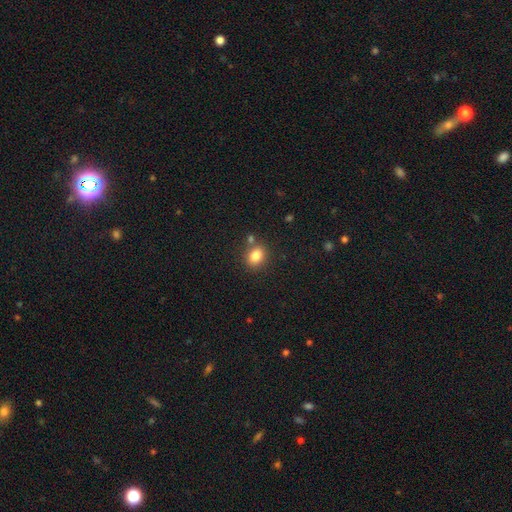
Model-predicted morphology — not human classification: smooth-or-featured: smooth: 84% | star or artifact: 10% | featured or disk: 6%
  how-rounded: in between: 57% | round: 42% | cigar-shaped: 1%
  merging: none: 75% | merger: 11% | minor disturbance: 11% | major disturbance: 3%